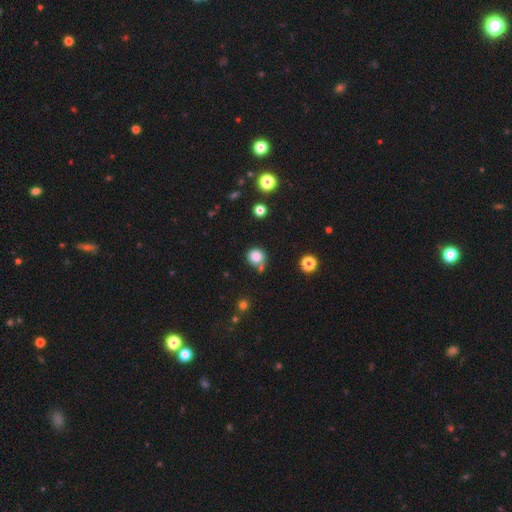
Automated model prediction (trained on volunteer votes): Morphology: type=smooth (83%); roundness=round (86%); merging=none (62%).